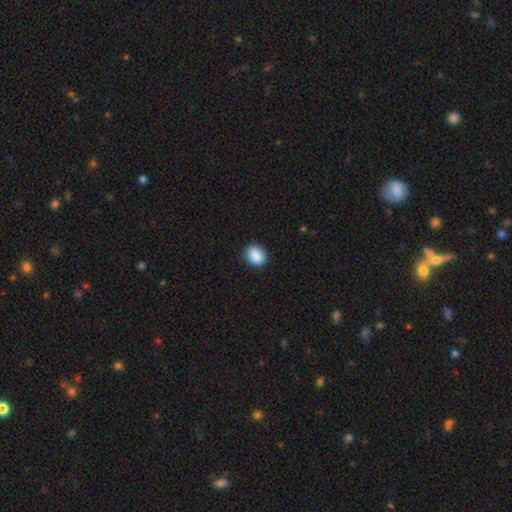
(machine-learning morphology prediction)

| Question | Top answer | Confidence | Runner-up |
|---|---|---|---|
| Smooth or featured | smooth | 89% | star or artifact (8%) |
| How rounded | in between | 52% | round (47%) |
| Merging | none | 89% | minor disturbance (8%) |